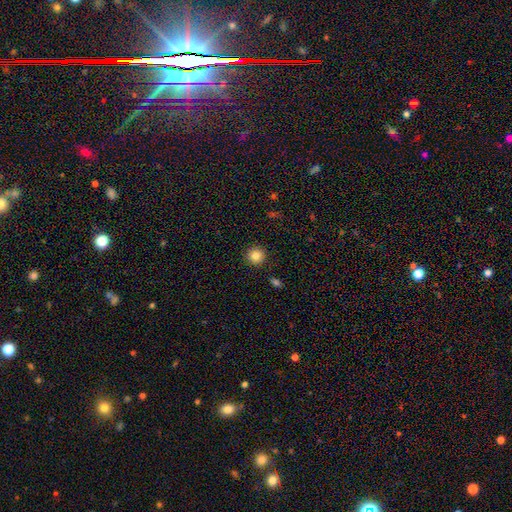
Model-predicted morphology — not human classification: This appears to be a smooth galaxy with no disk features (84%) that is round (94%). Merging: none (92%).